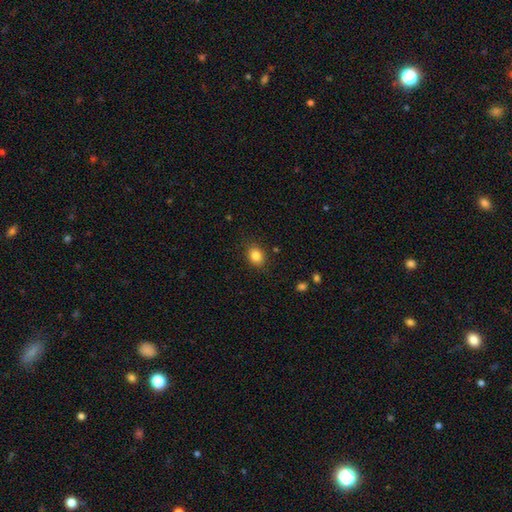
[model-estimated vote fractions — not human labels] This is clearly a smooth galaxy (84%). How rounded: possibly in between (53%). Merging: clearly none (85%).